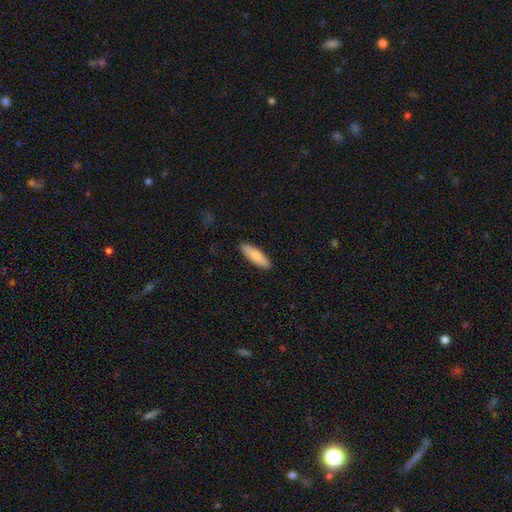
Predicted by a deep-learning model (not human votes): smooth 79%, featured or disk 16%, star or artifact 5%. Down the decision tree: how rounded — cigar-shaped (57%); merging — none (90%).